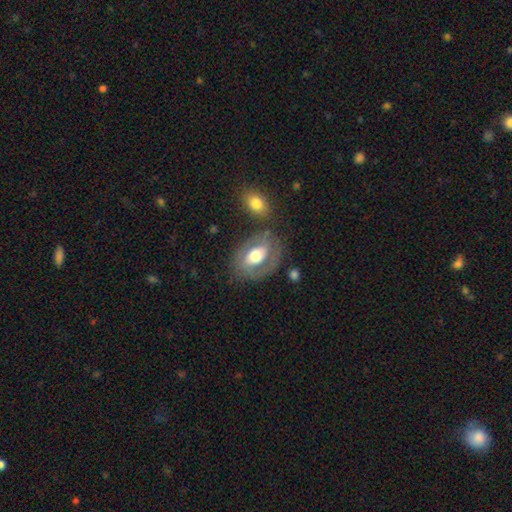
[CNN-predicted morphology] smooth_or_featured: featured or disk (p=0.52) [alt: smooth p=0.41]
disk_edge_on: no (p=0.93) [alt: yes p=0.07]
merging: none (p=0.70) [alt: minor disturbance p=0.17]